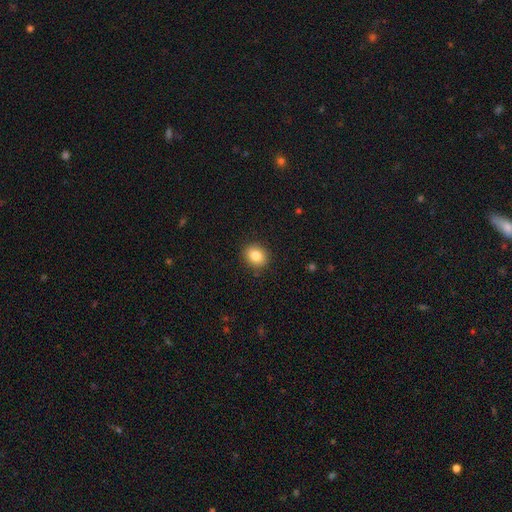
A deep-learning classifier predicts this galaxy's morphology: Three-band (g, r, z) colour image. It shows a smooth galaxy with no disk features (83%) that is round (69%). Merging: none (90%).